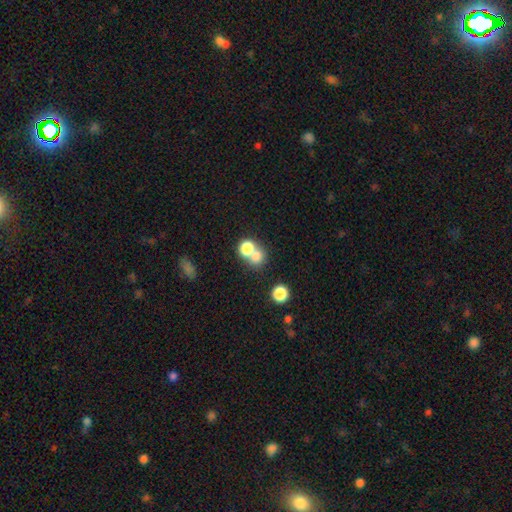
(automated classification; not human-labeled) The model was most divided on "merging": merger: 53%, none: 37%, minor disturbance: 6%, major disturbance: 4%. More confident: smooth or featured — smooth (74%); how rounded — round (74%).